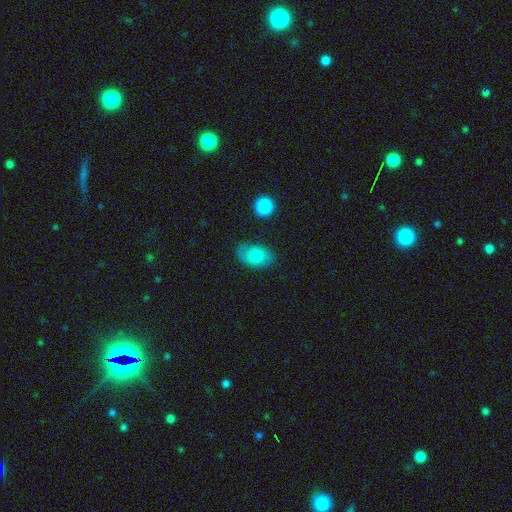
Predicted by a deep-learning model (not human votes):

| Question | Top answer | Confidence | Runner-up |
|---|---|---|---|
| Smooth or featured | smooth | 73% | featured or disk (19%) |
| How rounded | in between | 89% | round (10%) |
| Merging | none | 78% | minor disturbance (16%) |